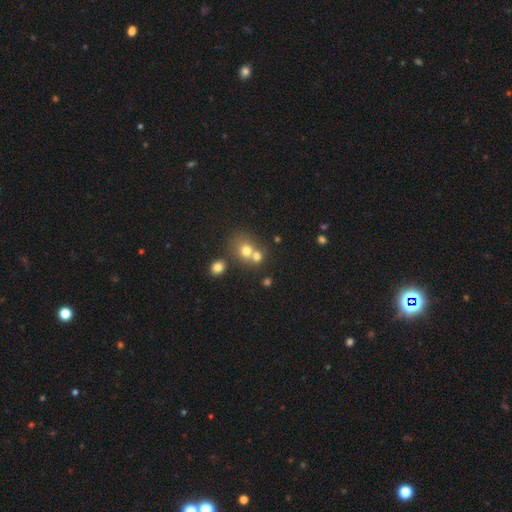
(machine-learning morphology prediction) A smooth galaxy with no disk features (58%) that is round (80%).

Vote fractions:
- Smooth or featured? smooth: 58% / star or artifact: 29% / featured or disk: 13%
- How rounded? round: 80% / in between: 19% / cigar-shaped: 1%
- Merging? none: 50% / merger: 40% / minor disturbance: 7% / major disturbance: 3%